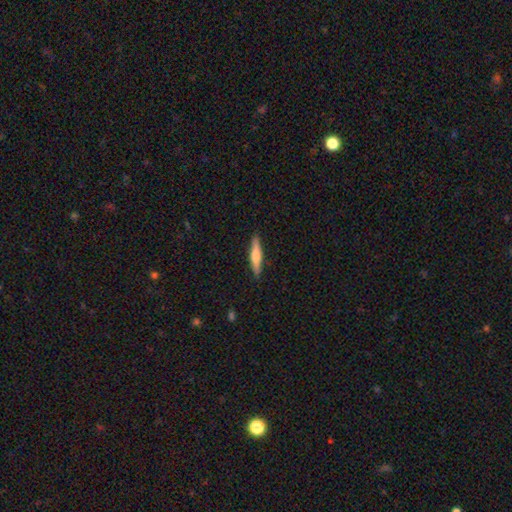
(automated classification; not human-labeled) Smooth or featured? Predicted: smooth (p=0.57). How rounded? Predicted: cigar-shaped (p=0.87). Merging? Predicted: none (p=0.90).